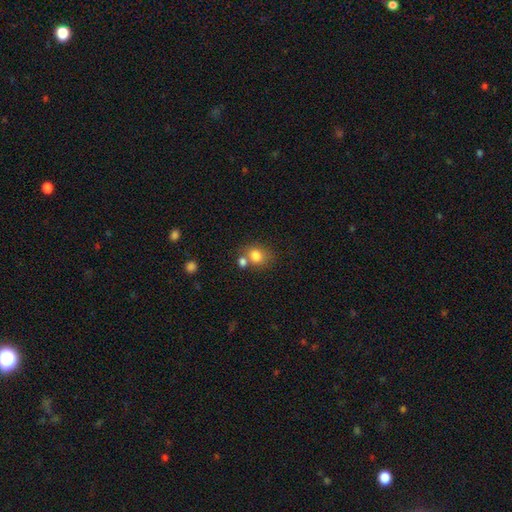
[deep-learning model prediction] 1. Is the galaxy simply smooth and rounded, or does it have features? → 80% smooth, 10% star or artifact, 10% featured or disk.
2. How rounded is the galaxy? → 57% round, 42% in between, 1% cigar-shaped.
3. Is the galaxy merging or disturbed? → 52% none, 30% merger, 13% minor disturbance, 5% major disturbance.